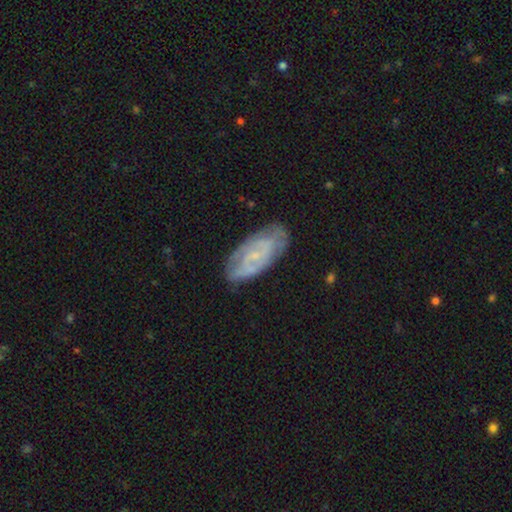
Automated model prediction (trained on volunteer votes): Smooth or featured? Predicted: featured or disk (p=0.68). Edge-on disk? Predicted: no (p=0.91). Bar? Predicted: no (p=0.54). Spiral arms? Predicted: yes (p=0.77). Bulge size? Predicted: small (p=0.69). Merging? Predicted: none (p=0.74).